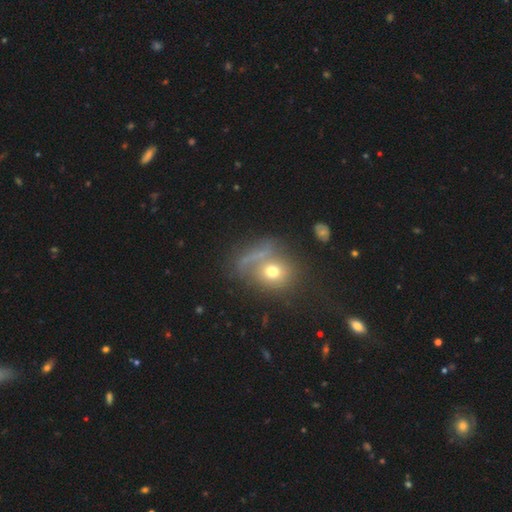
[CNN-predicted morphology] Smooth or featured? smooth (52%)
How rounded? round (65%)
Merging? none (43%)